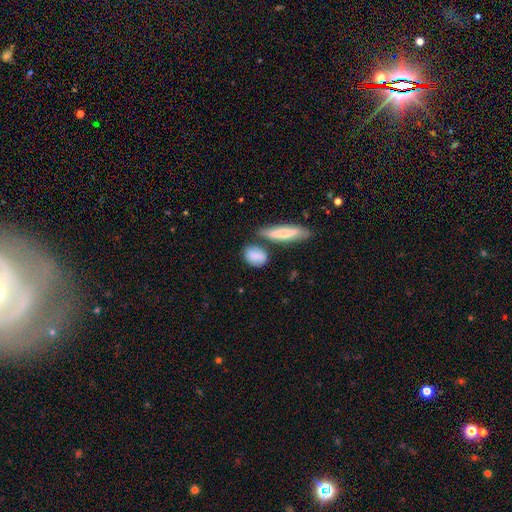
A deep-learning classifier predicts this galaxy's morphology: Q: Smooth or featured?
A: smooth (80%); runner-up: featured or disk (14%)
Q: How rounded?
A: in between (64%); runner-up: round (24%)
Q: Merging?
A: none (60%); runner-up: minor disturbance (18%)